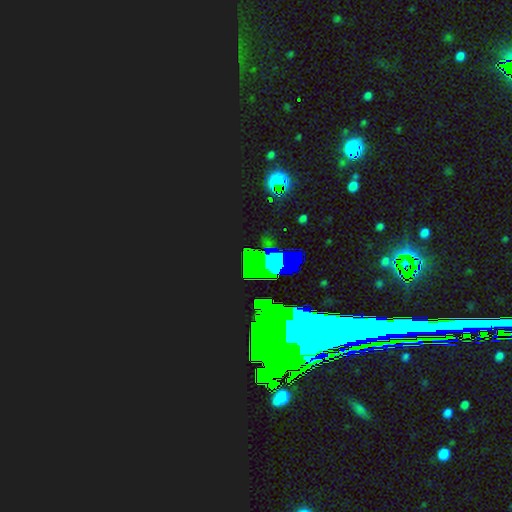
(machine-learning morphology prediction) The model was most divided on "smooth or featured": star or artifact: 75%, smooth: 13%, featured or disk: 12%.